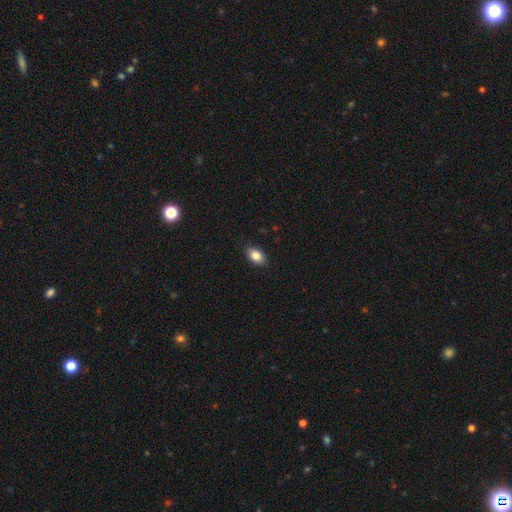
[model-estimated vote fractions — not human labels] A smooth galaxy with no disk features (85%) that is in between round and cigar-shaped (87%). Merging: none (88%).